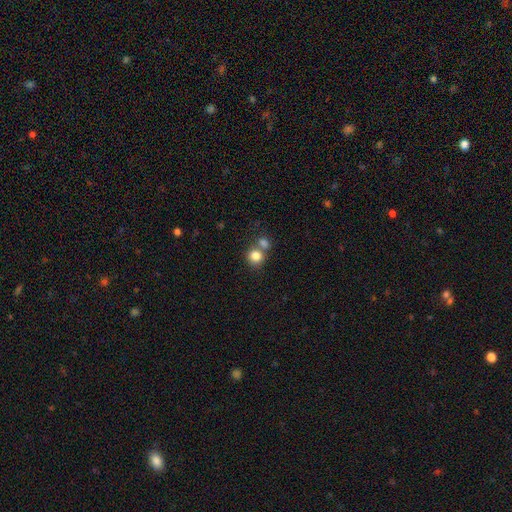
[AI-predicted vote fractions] smooth_or_featured: smooth (p=0.82) [alt: star or artifact p=0.10]
how_rounded: round (p=0.83) [alt: in between p=0.16]
merging: none (p=0.51) [alt: merger p=0.38]